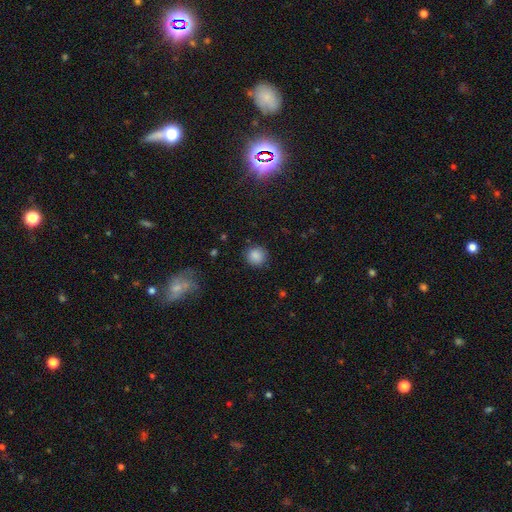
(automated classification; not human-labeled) This appears to be a smooth galaxy with no disk features (86%) that is round (90%). Merging: none (85%).